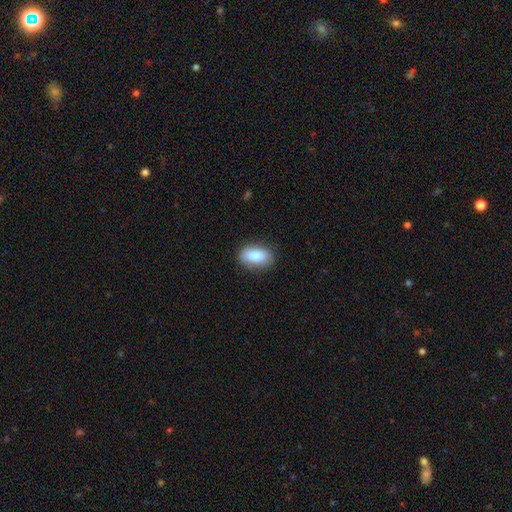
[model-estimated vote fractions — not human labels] Smooth or featured? Predicted: smooth (p=0.84). How rounded? Predicted: in between (p=0.90). Merging? Predicted: none (p=0.84).